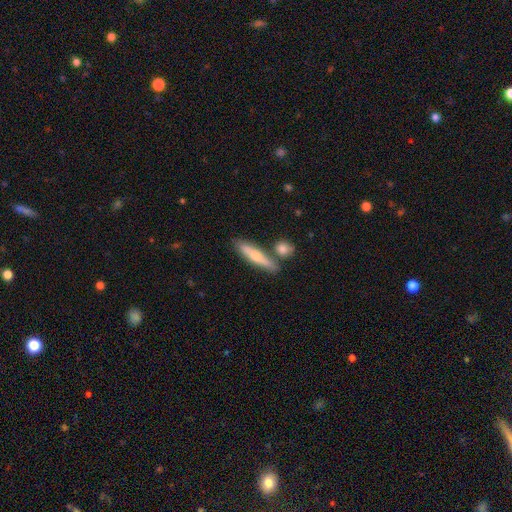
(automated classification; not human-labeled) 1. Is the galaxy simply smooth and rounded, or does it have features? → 56% smooth, 39% featured or disk, 5% star or artifact.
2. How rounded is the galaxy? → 80% cigar-shaped, 17% in between, 2% round.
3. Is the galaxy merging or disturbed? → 72% none, 13% merger, 12% minor disturbance, 3% major disturbance.